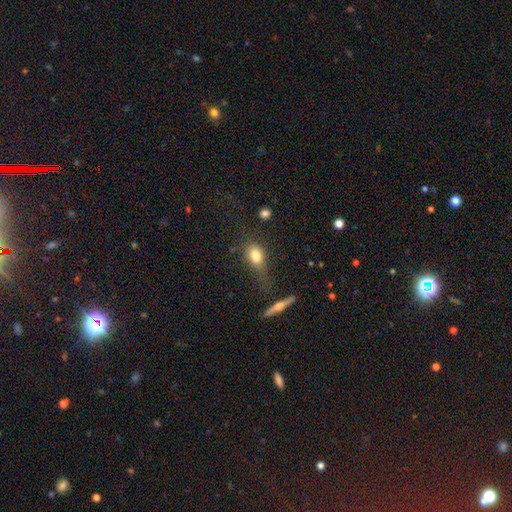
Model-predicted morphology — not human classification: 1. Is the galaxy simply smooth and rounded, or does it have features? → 78% smooth, 12% featured or disk, 10% star or artifact.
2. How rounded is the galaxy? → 71% in between, 25% round, 4% cigar-shaped.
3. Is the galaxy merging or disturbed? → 51% none, 22% minor disturbance, 15% major disturbance, 12% merger.